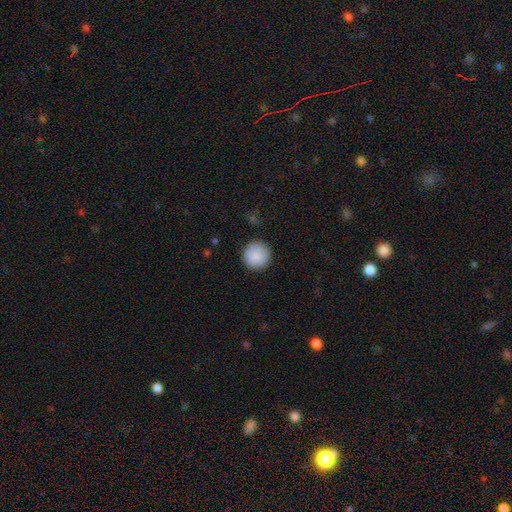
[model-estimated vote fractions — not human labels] smooth-or-featured: smooth: 89% | star or artifact: 7% | featured or disk: 4%
  how-rounded: round: 96% | in between: 3% | cigar-shaped: 1%
  merging: none: 91% | minor disturbance: 6% | major disturbance: 2% | merger: 1%